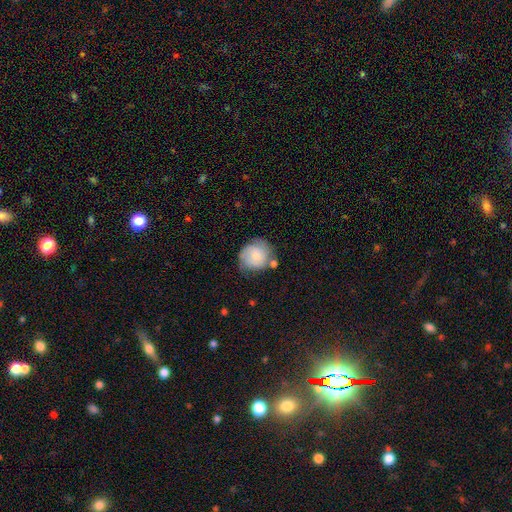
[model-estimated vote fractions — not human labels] This appears to be a smooth galaxy with no disk features (62%) that is round (84%). Merging: none (54%).